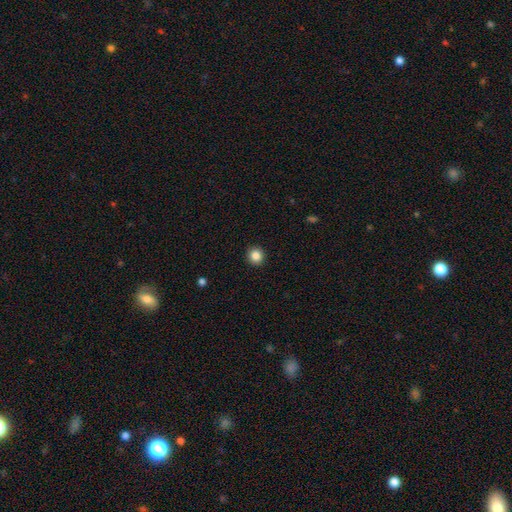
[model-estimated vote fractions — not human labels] This is clearly a smooth galaxy (85%). How rounded: clearly round (92%). Merging: clearly none (93%).